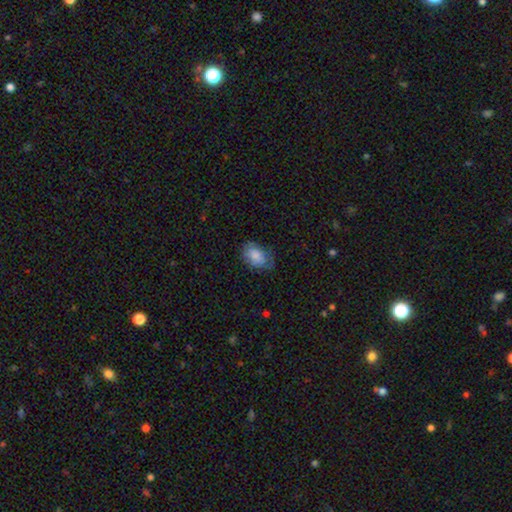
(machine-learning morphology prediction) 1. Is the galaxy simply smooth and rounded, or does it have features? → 78% smooth, 14% featured or disk, 7% star or artifact.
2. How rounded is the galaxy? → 86% in between, 13% round, 1% cigar-shaped.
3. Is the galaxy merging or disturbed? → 61% none, 27% minor disturbance, 11% major disturbance, 1% merger.